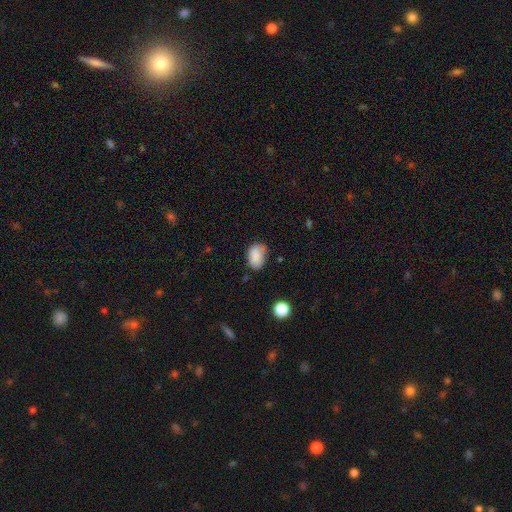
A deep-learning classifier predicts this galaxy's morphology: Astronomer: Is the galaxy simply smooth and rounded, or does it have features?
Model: smooth — 86%.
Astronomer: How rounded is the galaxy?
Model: in between — 82%.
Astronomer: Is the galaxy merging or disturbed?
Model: none — 63%.